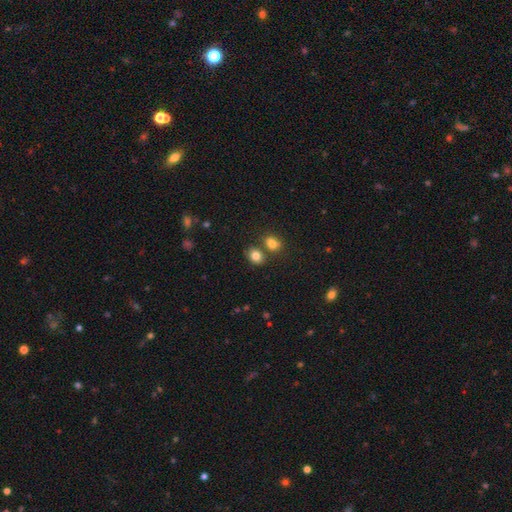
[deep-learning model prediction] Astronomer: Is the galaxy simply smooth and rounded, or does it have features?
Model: smooth — 81%.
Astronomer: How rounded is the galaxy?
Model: in between — 51% (runner-up: round, 48%).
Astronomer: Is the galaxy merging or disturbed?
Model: none — 63%.